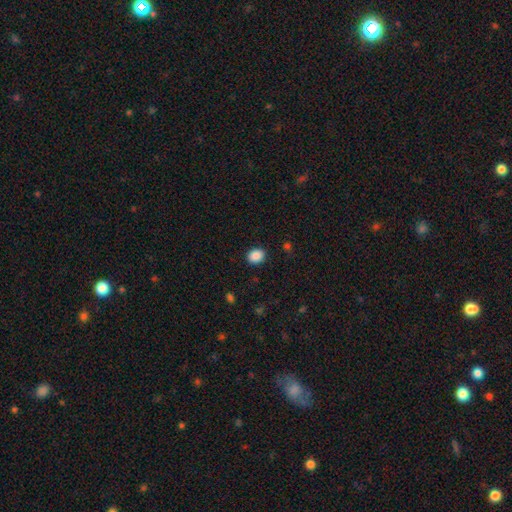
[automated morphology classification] Smooth or featured? smooth (88%)
How rounded? round (60%)
Merging? none (89%)